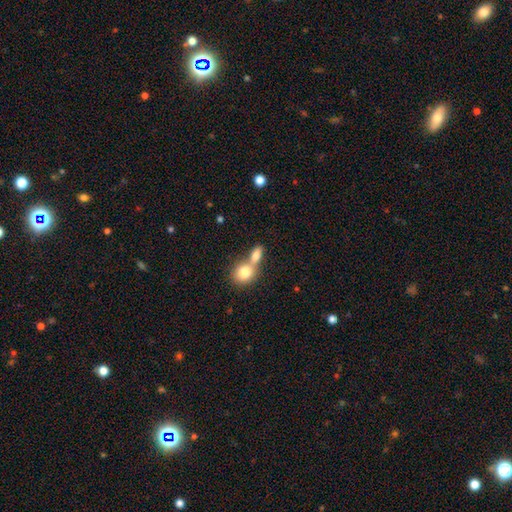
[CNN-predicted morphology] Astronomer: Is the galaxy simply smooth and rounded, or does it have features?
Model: smooth — 80%.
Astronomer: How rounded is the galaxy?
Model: in between — 62%.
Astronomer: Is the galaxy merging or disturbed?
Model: merger — 64%.